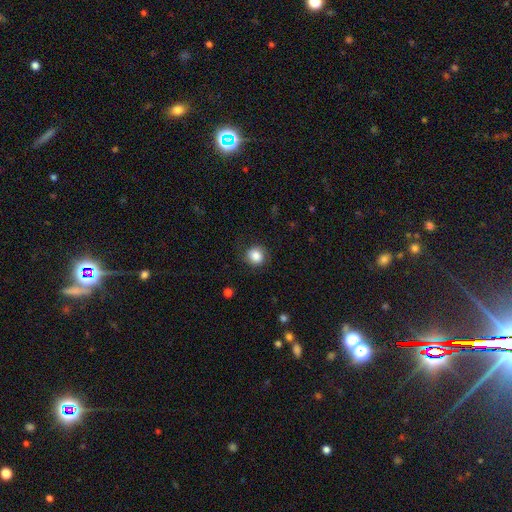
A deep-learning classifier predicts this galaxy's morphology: Smooth or featured: smooth — 84% (star or artifact — 9%)
How rounded: round — 86% (in between — 13%)
Merging: none — 81% (minor disturbance — 13%)